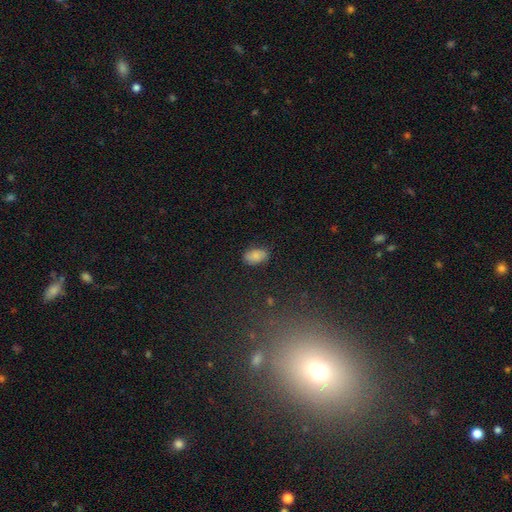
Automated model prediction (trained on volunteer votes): A smooth galaxy with no disk features (82%) that is in between round and cigar-shaped (90%).

Vote fractions:
- Smooth or featured? smooth: 82% / star or artifact: 9% / featured or disk: 9%
- How rounded? in between: 90% / round: 8% / cigar-shaped: 2%
- Merging? none: 80% / minor disturbance: 15% / major disturbance: 3% / merger: 1%